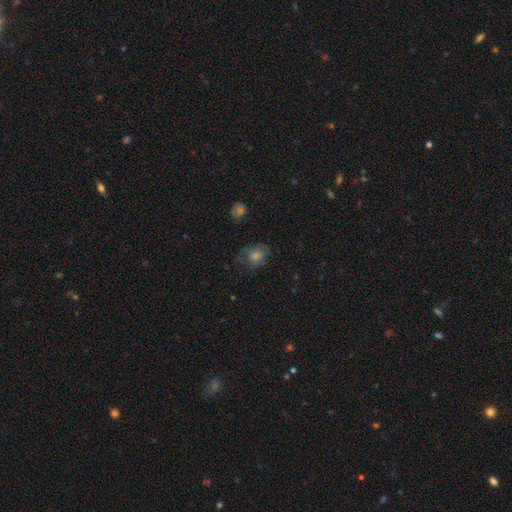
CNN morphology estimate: smooth 53%, featured or disk 24%, star or artifact 23%. Down the decision tree: how rounded — round (63%); merging — none (63%).